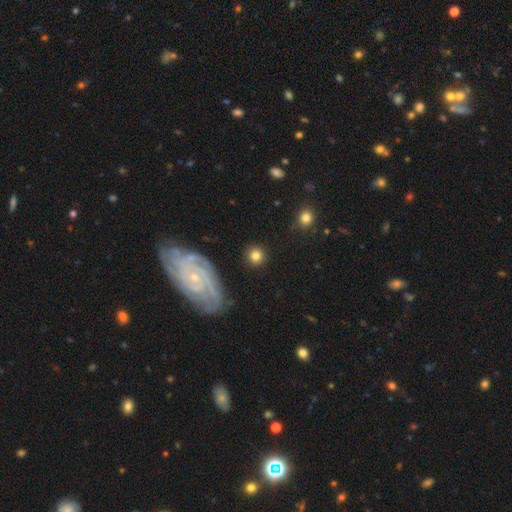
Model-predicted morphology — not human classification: Smooth or featured?
  - smooth: 73% *
  - featured or disk: 18%
  - star or artifact: 9%
How rounded?
  - round: 92% *
  - in between: 6%
  - cigar-shaped: 1%
Merging?
  - none: 88% *
  - minor disturbance: 7%
  - major disturbance: 3%
  - merger: 2%